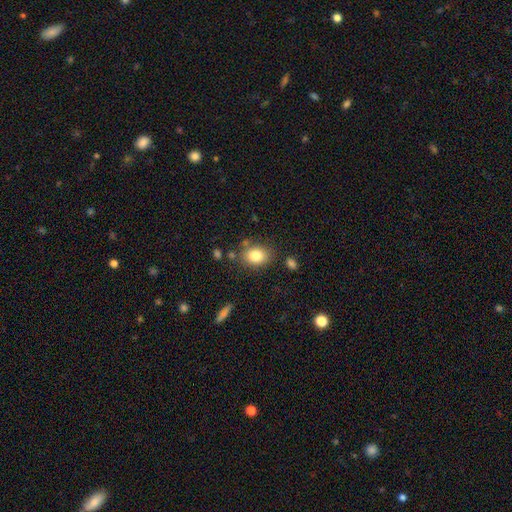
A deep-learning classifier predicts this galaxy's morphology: smooth 81%, featured or disk 10%, star or artifact 9%. Down the decision tree: how rounded — in between (64%); merging — none (77%).